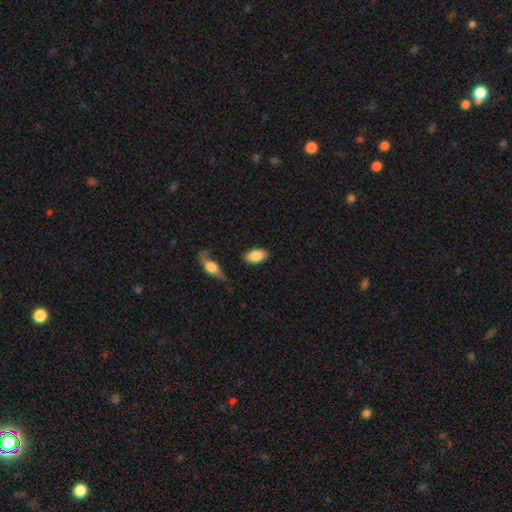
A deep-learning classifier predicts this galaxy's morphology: smooth-or-featured: smooth: 86% | featured or disk: 8% | star or artifact: 6%
  how-rounded: in between: 92% | round: 6% | cigar-shaped: 2%
  merging: none: 83% | minor disturbance: 11% | major disturbance: 3% | merger: 3%